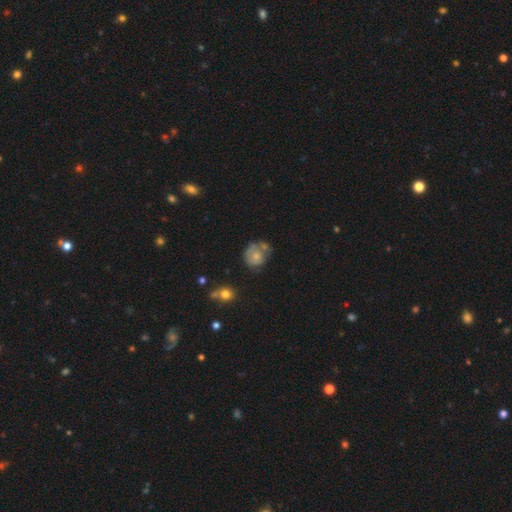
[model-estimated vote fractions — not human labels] Smooth or featured? Predicted: smooth (p=0.57). How rounded? Predicted: round (p=0.73). Merging? Predicted: none (p=0.42).